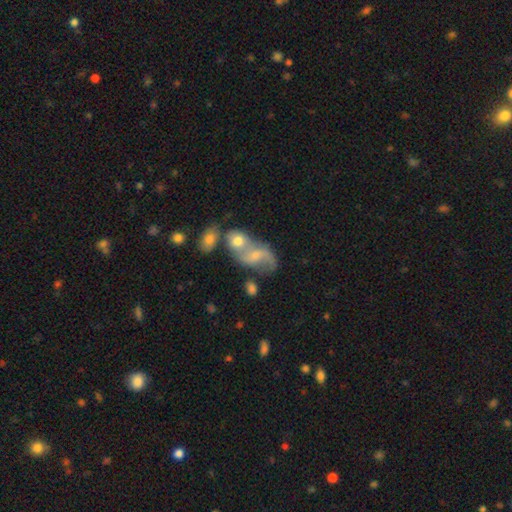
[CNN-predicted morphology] Overall: featured or disk (56%; smooth 34%). Edge-on disk: no (96%). Bar: no (51%; weak 39%). Spiral arms: yes (76%). Bulge size: small (49%; moderate 33%). Merging: merger (54%; none 22%).